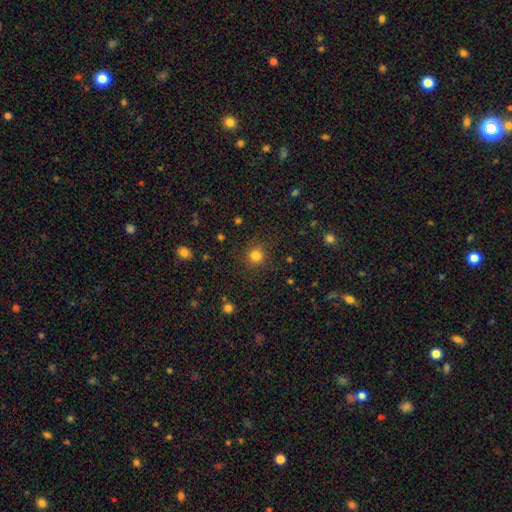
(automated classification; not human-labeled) Morphology: type=smooth (81%); roundness=round (93%); merging=none (89%).